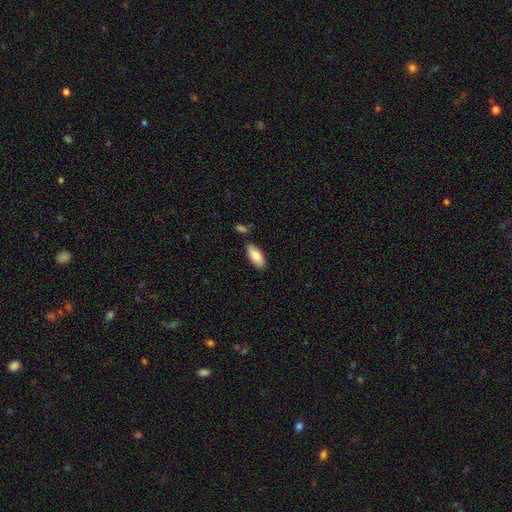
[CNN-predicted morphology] This appears to be a smooth galaxy with no disk features (85%) that is in between round and cigar-shaped (84%). Merging: none (78%).